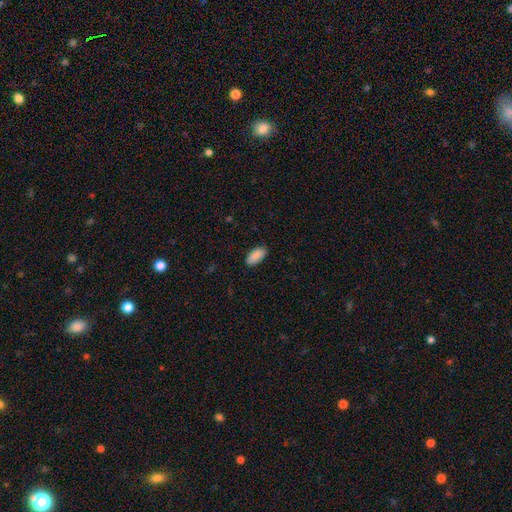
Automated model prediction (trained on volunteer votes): Smooth or featured? Predicted: smooth (p=0.89). How rounded? Predicted: in between (p=0.93). Merging? Predicted: none (p=0.86).